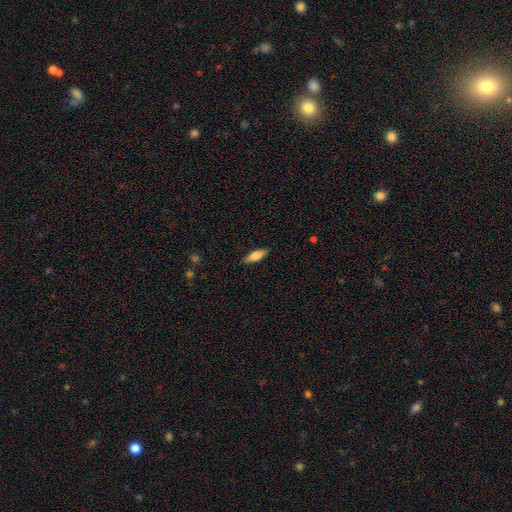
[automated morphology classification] smooth-or-featured: smooth: 70% | featured or disk: 23% | star or artifact: 6%
  how-rounded: in between: 55% | cigar-shaped: 43% | round: 2%
  merging: none: 88% | minor disturbance: 9% | major disturbance: 2% | merger: 1%